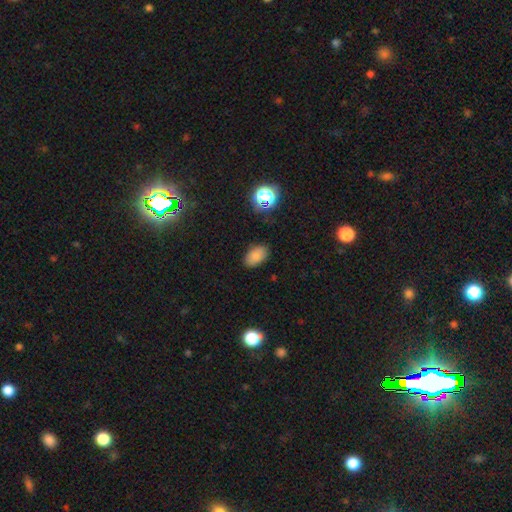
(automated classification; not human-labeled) A smooth galaxy with no disk features (80%) that is in between round and cigar-shaped (90%).

Vote fractions:
- Smooth or featured? smooth: 80% / star or artifact: 13% / featured or disk: 7%
- How rounded? in between: 90% / round: 9% / cigar-shaped: 1%
- Merging? none: 84% / minor disturbance: 12% / major disturbance: 3% / merger: 1%